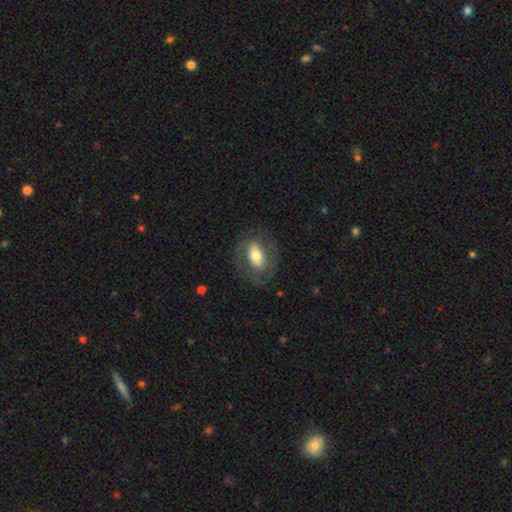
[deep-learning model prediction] A featured or disk galaxy (49%).

Vote fractions:
- Smooth or featured? featured or disk: 49% / smooth: 44% / star or artifact: 7%
- Merging? none: 75% / minor disturbance: 14% / major disturbance: 10% / merger: 1%